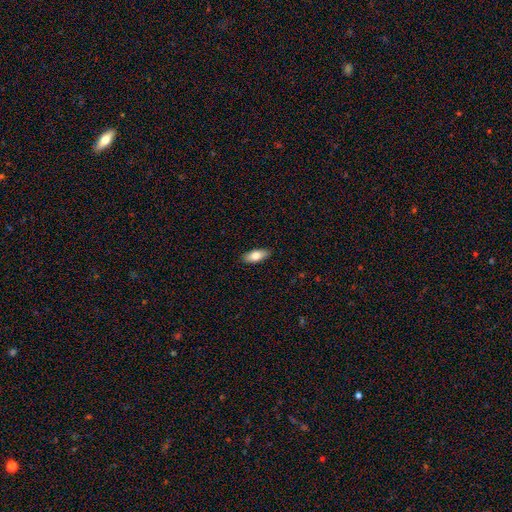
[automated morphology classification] type=smooth (76%); roundness=in between (81%); merging=none (89%).